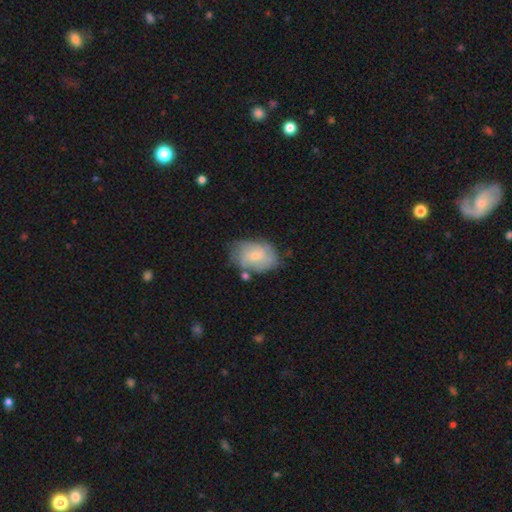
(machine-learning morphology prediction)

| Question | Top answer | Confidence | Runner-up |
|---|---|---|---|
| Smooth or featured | featured or disk | 58% | smooth (34%) |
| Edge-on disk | no | 96% | yes (4%) |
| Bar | no | 74% | weak (23%) |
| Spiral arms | yes | 80% | no (20%) |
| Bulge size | small | 63% | moderate (33%) |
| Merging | none | 64% | minor disturbance (23%) |